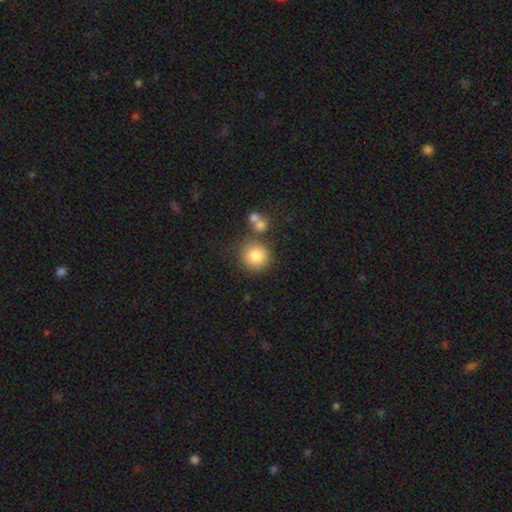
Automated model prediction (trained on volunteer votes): This appears to be a smooth galaxy with no disk features (83%) that is round (92%). Merging: none (72%).